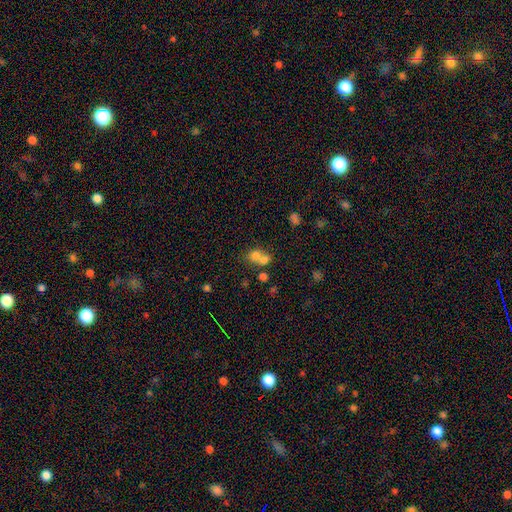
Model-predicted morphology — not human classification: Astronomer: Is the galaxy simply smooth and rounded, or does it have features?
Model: smooth — 71%.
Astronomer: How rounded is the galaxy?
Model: round — 68%.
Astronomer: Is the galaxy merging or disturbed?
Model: merger — 62%.